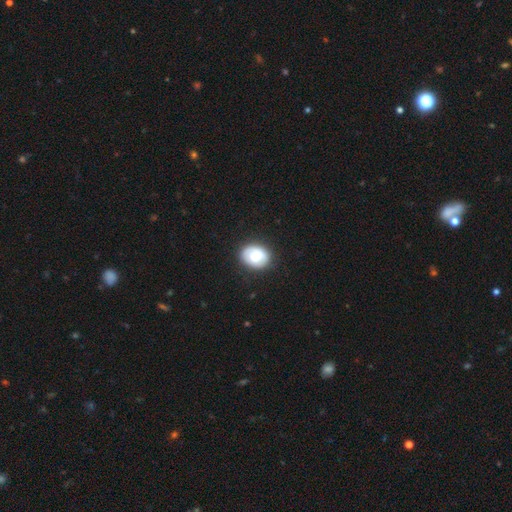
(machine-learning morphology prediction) smooth_or_featured: smooth (p=0.79) [alt: featured or disk p=0.13]
how_rounded: in between (p=0.60) [alt: round p=0.39]
merging: none (p=0.81) [alt: minor disturbance p=0.14]